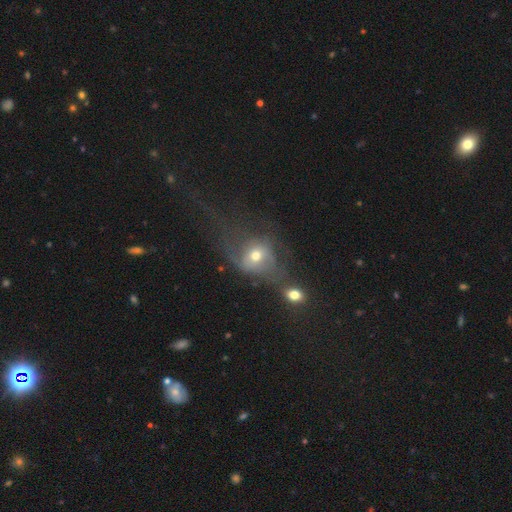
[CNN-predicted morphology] Smooth or featured?
  - featured or disk: 42% *
  - smooth: 39%
  - star or artifact: 19%
Merging?
  - major disturbance: 40% *
  - merger: 23%
  - none: 23%
  - minor disturbance: 14%